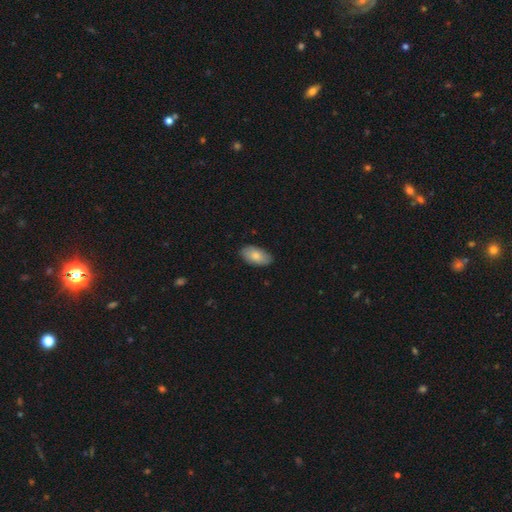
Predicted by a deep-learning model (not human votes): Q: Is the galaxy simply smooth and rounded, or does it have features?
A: smooth — 80%.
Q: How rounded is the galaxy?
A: in between — 95%.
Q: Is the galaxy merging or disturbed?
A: none — 84%.